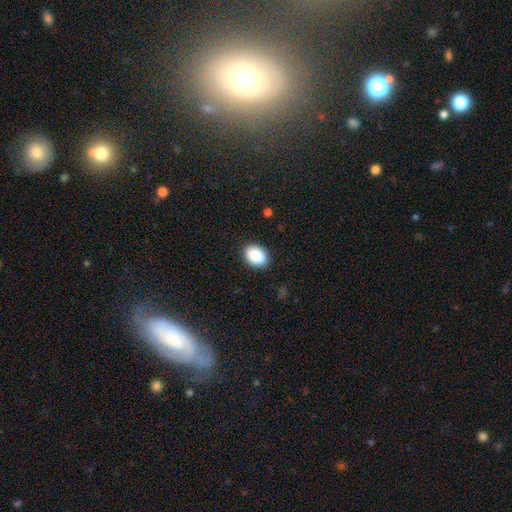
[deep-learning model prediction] Overall: smooth (90%). How rounded: in between (83%). Merging: none (89%).